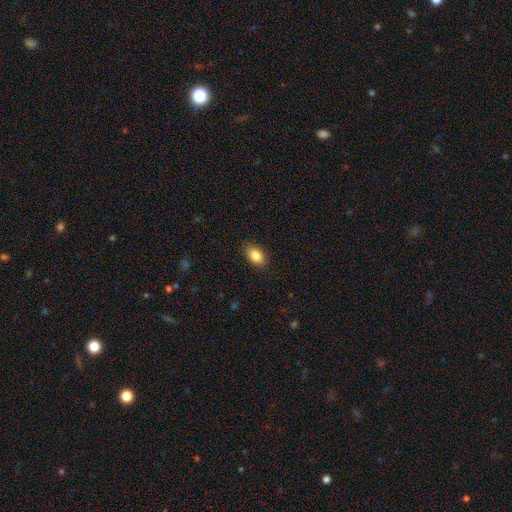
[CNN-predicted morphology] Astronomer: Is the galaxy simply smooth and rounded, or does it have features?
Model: smooth — 84%.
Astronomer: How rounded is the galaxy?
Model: in between — 87%.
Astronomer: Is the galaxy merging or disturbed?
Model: none — 85%.